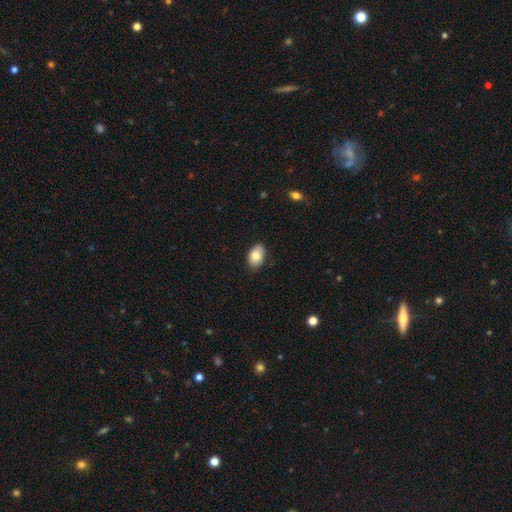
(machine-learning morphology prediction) Smooth or featured?
  - smooth: 82% *
  - featured or disk: 11%
  - star or artifact: 7%
How rounded?
  - in between: 90% *
  - round: 9%
  - cigar-shaped: 1%
Merging?
  - none: 84% *
  - minor disturbance: 13%
  - major disturbance: 2%
  - merger: 1%